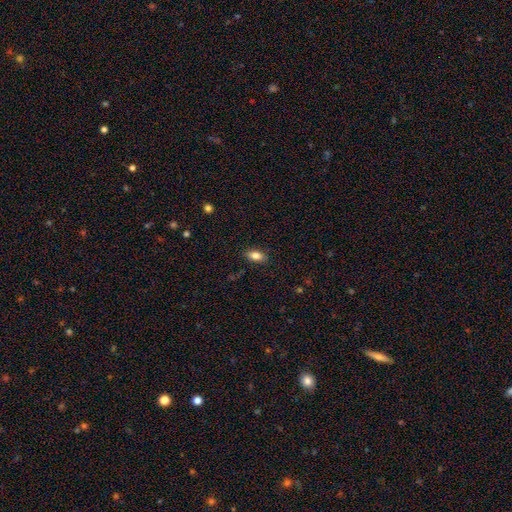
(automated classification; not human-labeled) A smooth galaxy with no disk features (82%) that is in between round and cigar-shaped (87%). Merging: none (87%).